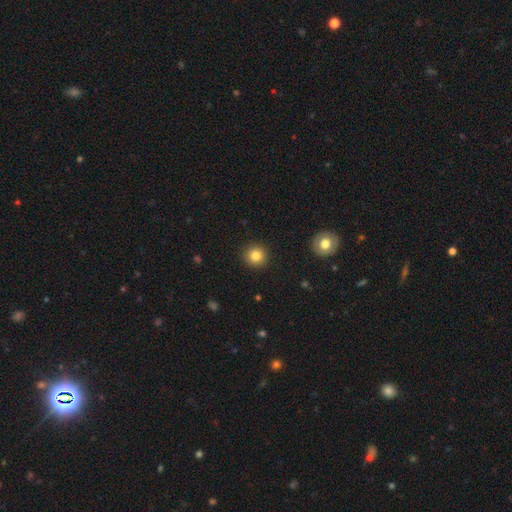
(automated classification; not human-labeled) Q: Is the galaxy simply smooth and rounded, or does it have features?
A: smooth — 82%.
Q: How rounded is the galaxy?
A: round — 94%.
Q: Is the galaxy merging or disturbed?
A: none — 92%.